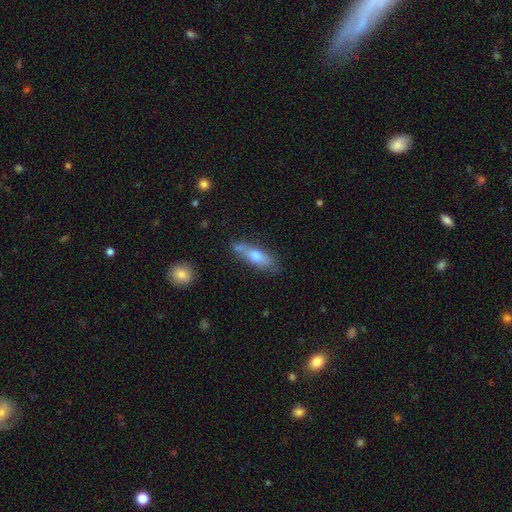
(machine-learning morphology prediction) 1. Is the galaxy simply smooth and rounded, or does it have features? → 64% smooth, 30% featured or disk, 6% star or artifact.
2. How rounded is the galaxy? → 52% cigar-shaped, 46% in between, 3% round.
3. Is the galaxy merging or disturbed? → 63% none, 22% minor disturbance, 9% merger, 5% major disturbance.